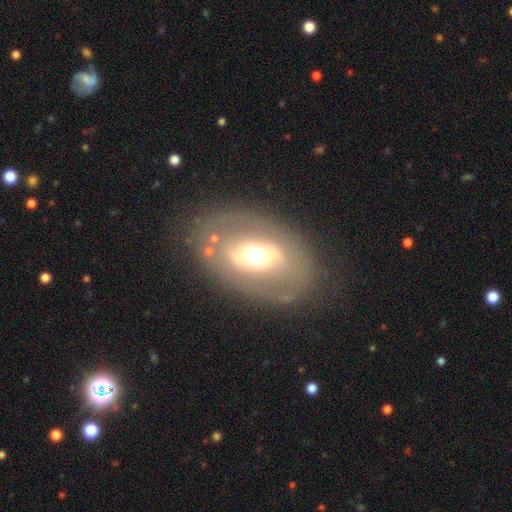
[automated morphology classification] Smooth or featured? Predicted: featured or disk (p=0.55). Edge-on disk? Predicted: no (p=0.89). Merging? Predicted: none (p=0.77).